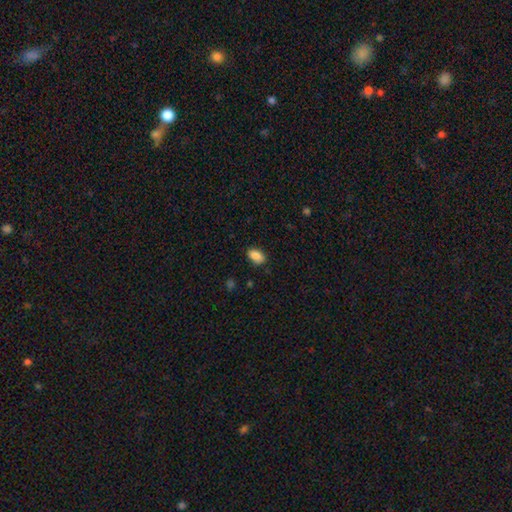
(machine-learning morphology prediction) The model was most divided on "merging": none: 84%, minor disturbance: 12%, major disturbance: 2%, merger: 1%. More confident: how rounded — in between (92%); smooth or featured — smooth (88%).